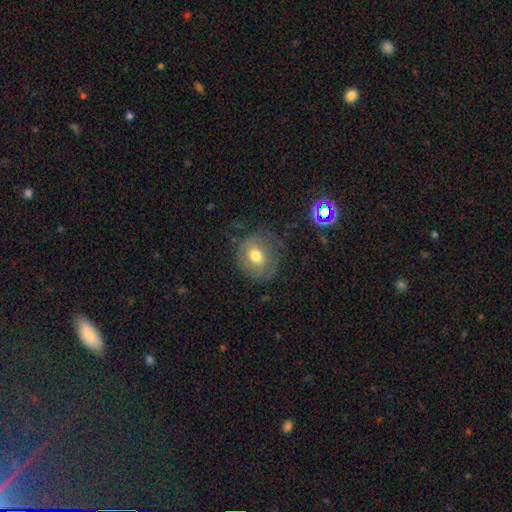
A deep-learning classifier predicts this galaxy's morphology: type=smooth (56%); roundness=round (71%); merging=none (61%).